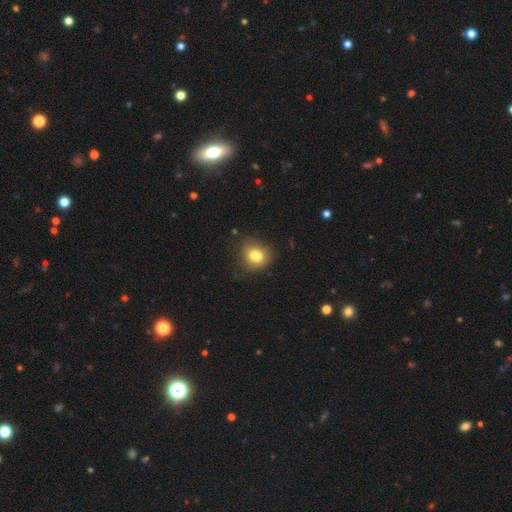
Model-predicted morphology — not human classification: This appears to be a smooth galaxy with no disk features (81%) that is round (68%). Merging: none (73%).